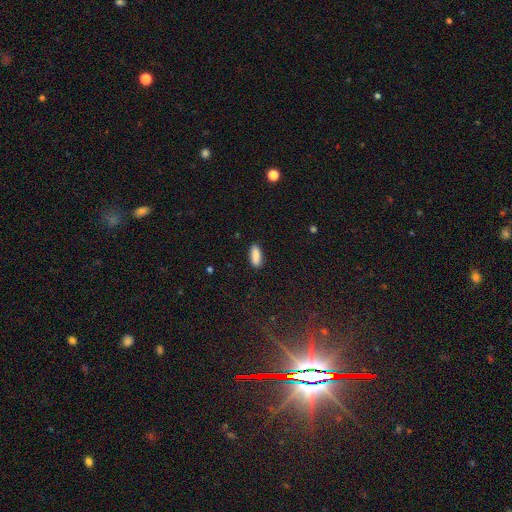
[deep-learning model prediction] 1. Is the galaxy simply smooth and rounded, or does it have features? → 89% smooth, 7% star or artifact, 5% featured or disk.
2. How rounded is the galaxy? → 77% in between, 21% cigar-shaped, 2% round.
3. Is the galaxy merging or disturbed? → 88% none, 9% minor disturbance, 2% major disturbance, 1% merger.